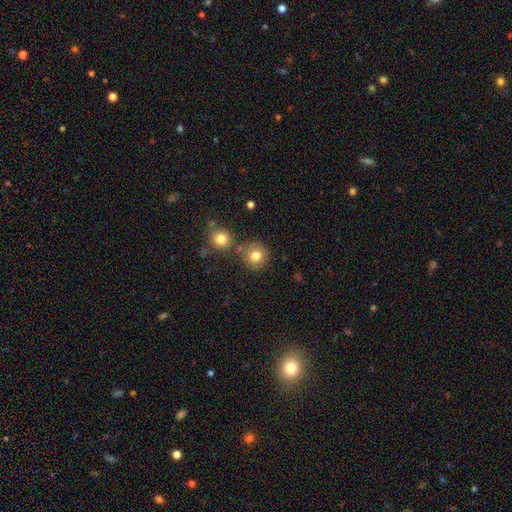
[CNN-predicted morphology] This is likely a smooth galaxy (80%). How rounded: clearly round (91%). Merging: likely none (75%).